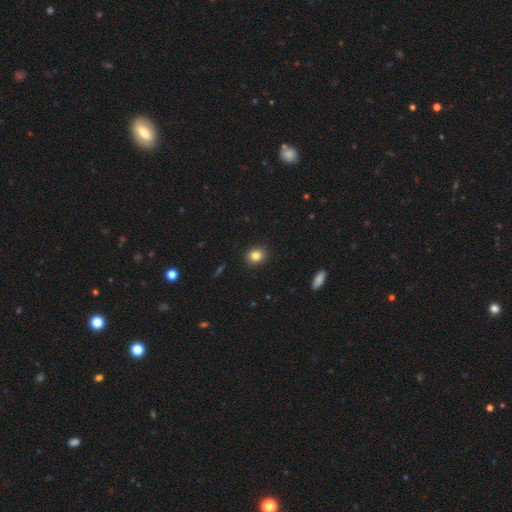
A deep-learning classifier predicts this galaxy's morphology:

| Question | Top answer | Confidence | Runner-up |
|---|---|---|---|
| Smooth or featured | smooth | 83% | star or artifact (11%) |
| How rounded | round | 64% | in between (35%) |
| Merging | none | 91% | minor disturbance (7%) |